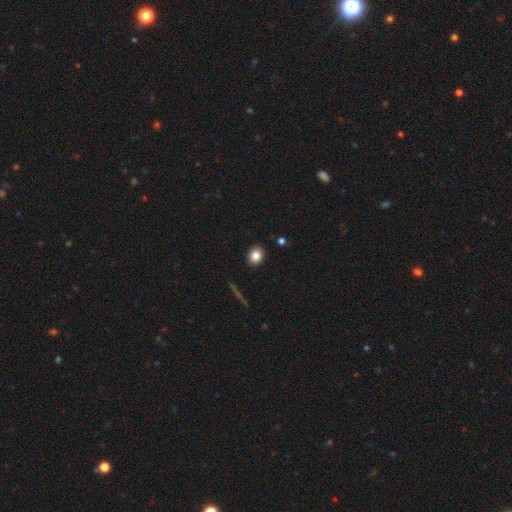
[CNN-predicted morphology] A smooth galaxy with no disk features (82%) that is round (52%). Merging: none (90%).